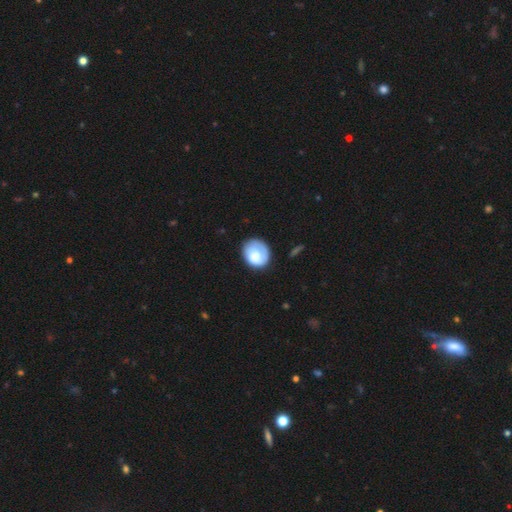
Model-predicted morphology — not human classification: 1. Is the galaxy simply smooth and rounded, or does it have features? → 76% smooth, 18% featured or disk, 6% star or artifact.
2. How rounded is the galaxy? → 65% round, 34% in between, 1% cigar-shaped.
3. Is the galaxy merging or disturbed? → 65% none, 24% minor disturbance, 9% major disturbance, 2% merger.